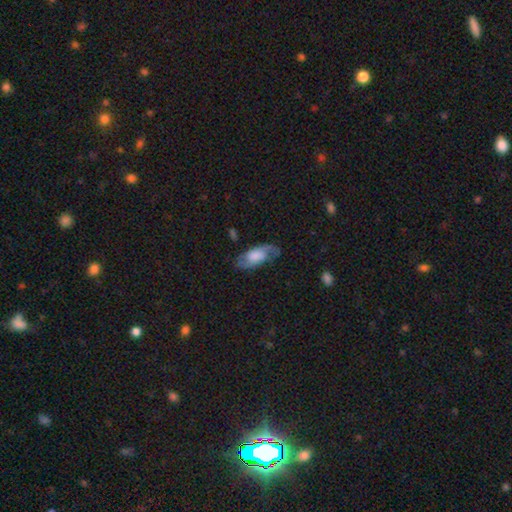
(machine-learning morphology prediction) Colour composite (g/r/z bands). It shows a featured or disk galaxy (67%) with no bar (59%), 2 (85%) medium (47%) spiral arms (90%) and a large central bulge (39%). Merging: none (71%).